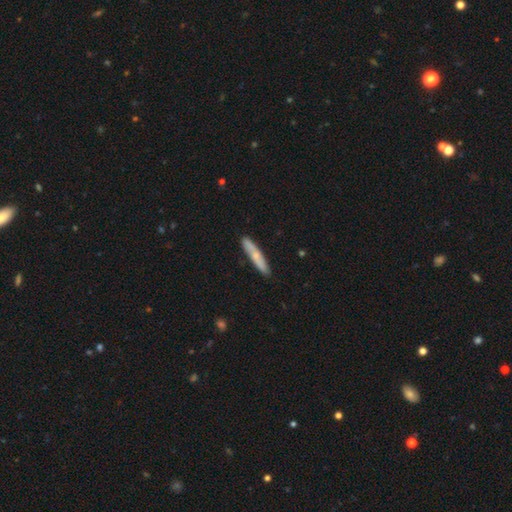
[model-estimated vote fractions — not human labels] Morphology: type=smooth (61%); roundness=cigar-shaped (91%); merging=none (86%).